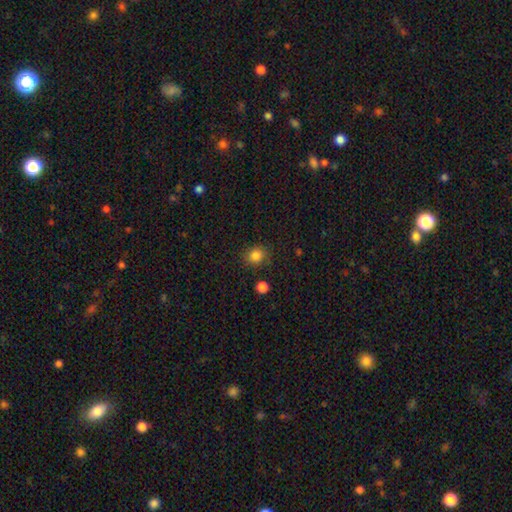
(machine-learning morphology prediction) smooth-or-featured: smooth: 84% | star or artifact: 11% | featured or disk: 4%
  how-rounded: round: 77% | in between: 22% | cigar-shaped: 1%
  merging: none: 84% | minor disturbance: 10% | major disturbance: 3% | merger: 3%